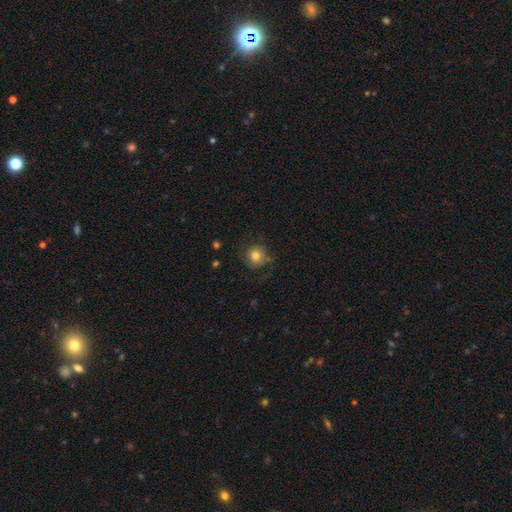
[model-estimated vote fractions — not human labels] Smooth or featured? smooth (78%)
How rounded? round (90%)
Merging? none (75%)